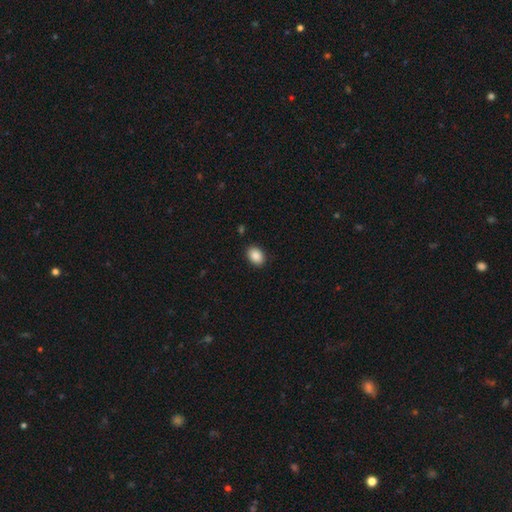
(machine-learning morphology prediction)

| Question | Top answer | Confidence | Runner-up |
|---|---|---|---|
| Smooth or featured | smooth | 89% | star or artifact (8%) |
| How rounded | in between | 76% | round (23%) |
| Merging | none | 89% | minor disturbance (8%) |